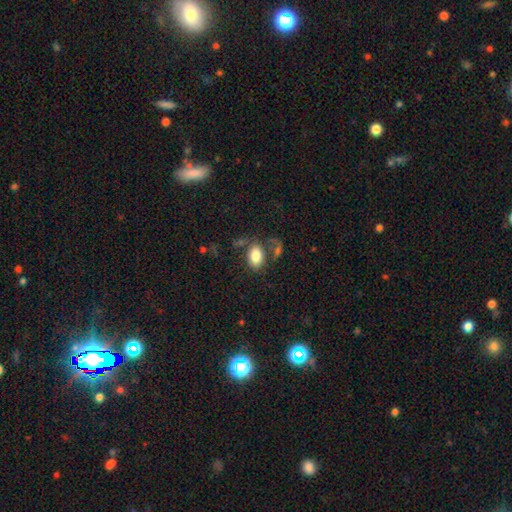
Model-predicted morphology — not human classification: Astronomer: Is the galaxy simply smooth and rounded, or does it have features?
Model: smooth — 80%.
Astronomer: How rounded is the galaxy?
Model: in between — 85%.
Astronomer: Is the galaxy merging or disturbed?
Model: none — 53%.